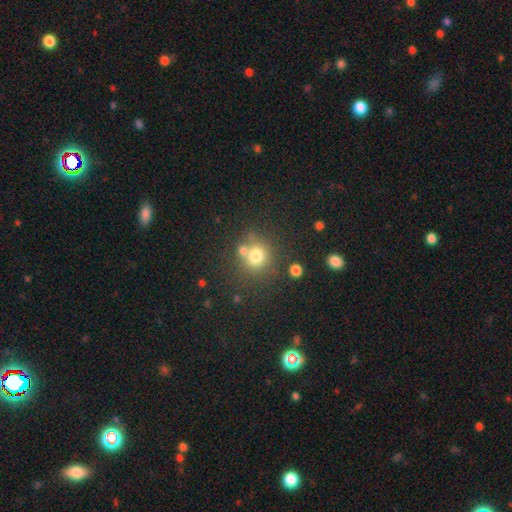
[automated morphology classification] Overall: smooth (74%). How rounded: round (85%). Merging: none (61%; merger 24%).